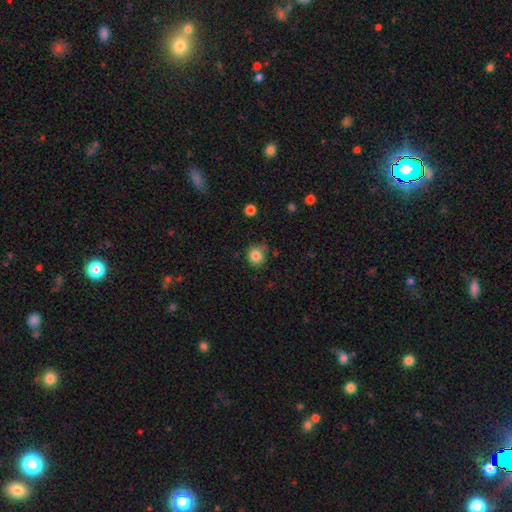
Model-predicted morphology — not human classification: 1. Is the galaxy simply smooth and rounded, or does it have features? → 84% smooth, 11% star or artifact, 5% featured or disk.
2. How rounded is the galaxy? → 87% round, 12% in between, 1% cigar-shaped.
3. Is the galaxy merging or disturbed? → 73% none, 20% minor disturbance, 4% major disturbance, 3% merger.